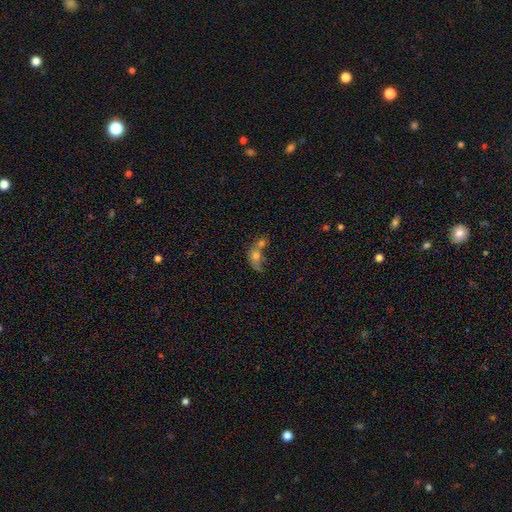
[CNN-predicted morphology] Smooth or featured?
  - smooth: 63% *
  - featured or disk: 24%
  - star or artifact: 13%
How rounded?
  - in between: 59% *
  - round: 37%
  - cigar-shaped: 4%
Merging?
  - merger: 64% *
  - none: 15%
  - major disturbance: 12%
  - minor disturbance: 9%